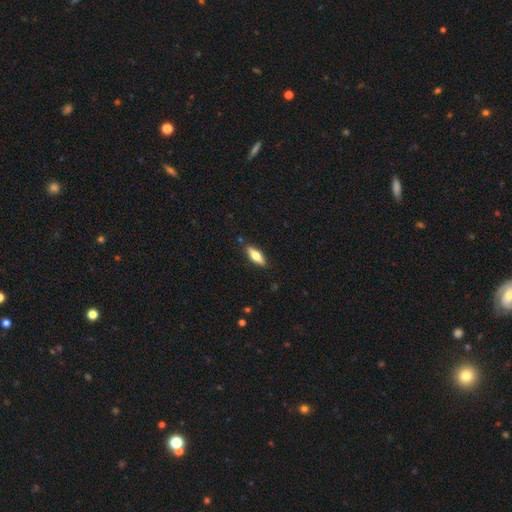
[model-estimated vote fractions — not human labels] smooth 57%, featured or disk 37%, star or artifact 6%. Down the decision tree: how rounded — in between (53%); merging — none (86%).